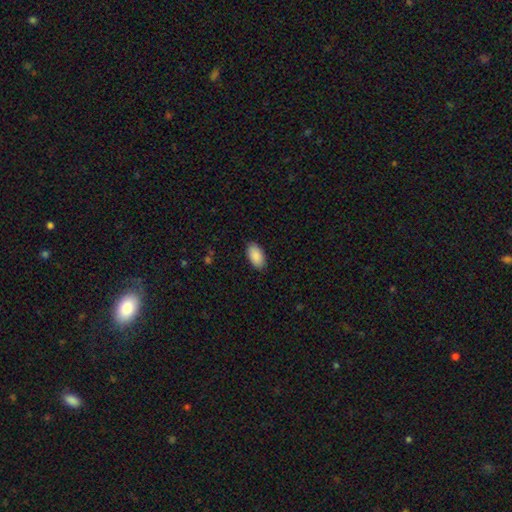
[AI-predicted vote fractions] A smooth galaxy with no disk features (90%) that is in between round and cigar-shaped (95%).

Vote fractions:
- Smooth or featured? smooth: 90% / star or artifact: 6% / featured or disk: 4%
- How rounded? in between: 95% / round: 3% / cigar-shaped: 2%
- Merging? none: 87% / minor disturbance: 10% / major disturbance: 2% / merger: 1%